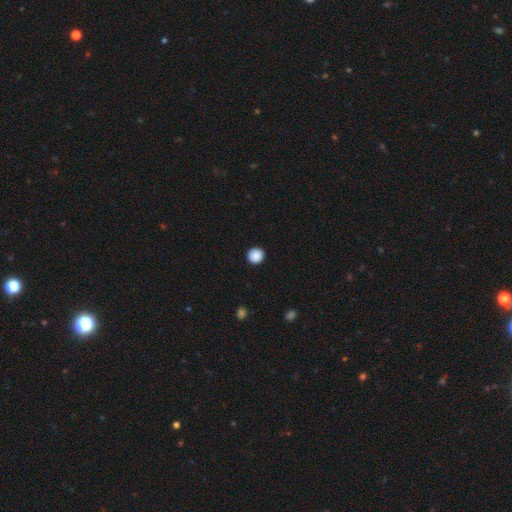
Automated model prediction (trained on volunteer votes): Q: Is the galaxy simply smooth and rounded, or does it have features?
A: smooth — 89%.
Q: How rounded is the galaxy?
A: round — 94%.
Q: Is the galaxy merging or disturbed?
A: none — 93%.